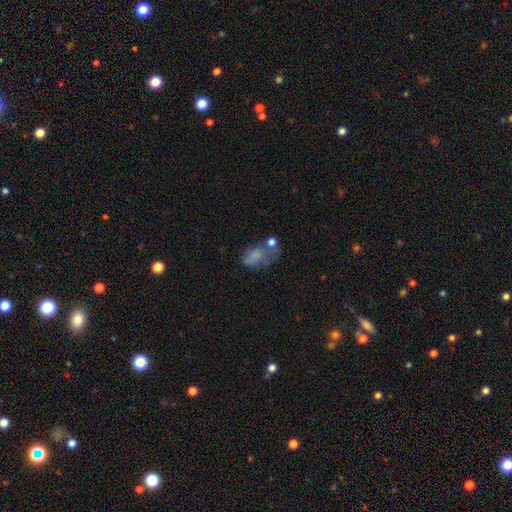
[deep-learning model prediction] This is likely a smooth galaxy (66%). How rounded: clearly in between (85%). Merging: marginally major disturbance (30%).